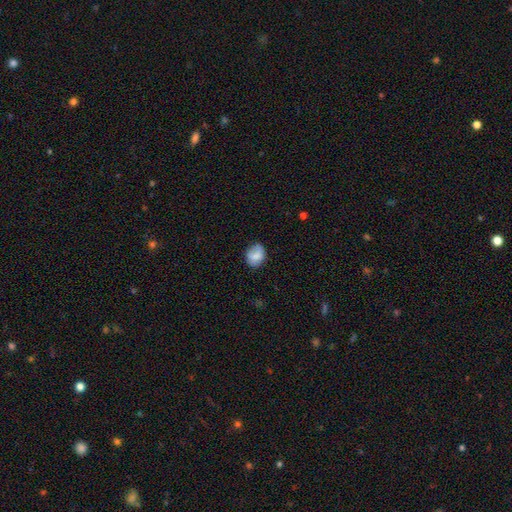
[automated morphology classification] A smooth galaxy with no disk features (75%) that is round (55%). Merging: none (67%).